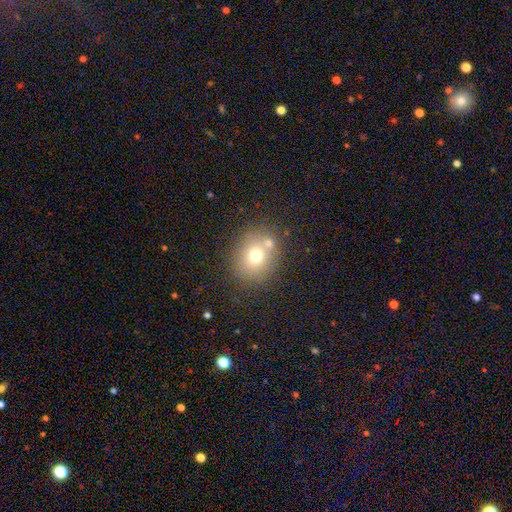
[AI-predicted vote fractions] smooth_or_featured: smooth (p=0.70) [alt: featured or disk p=0.16]
how_rounded: round (p=0.69) [alt: in between p=0.30]
merging: none (p=0.65) [alt: merger p=0.20]